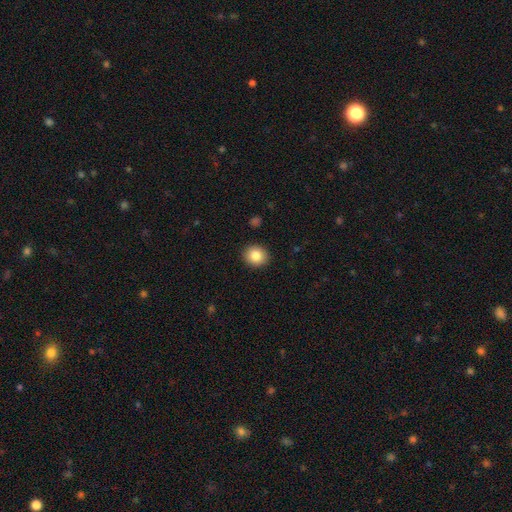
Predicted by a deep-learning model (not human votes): smooth 84%, star or artifact 9%, featured or disk 7%. Down the decision tree: how rounded — round (79%); merging — none (91%).